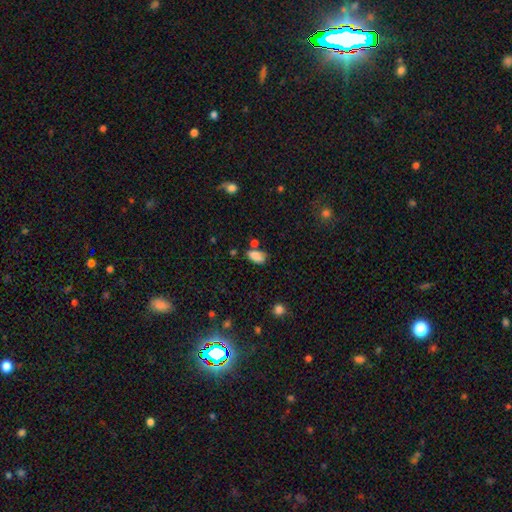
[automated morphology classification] Smooth or featured?
  - smooth: 84% *
  - star or artifact: 10%
  - featured or disk: 7%
How rounded?
  - in between: 91% *
  - round: 6%
  - cigar-shaped: 3%
Merging?
  - none: 54% *
  - minor disturbance: 22%
  - merger: 18%
  - major disturbance: 7%